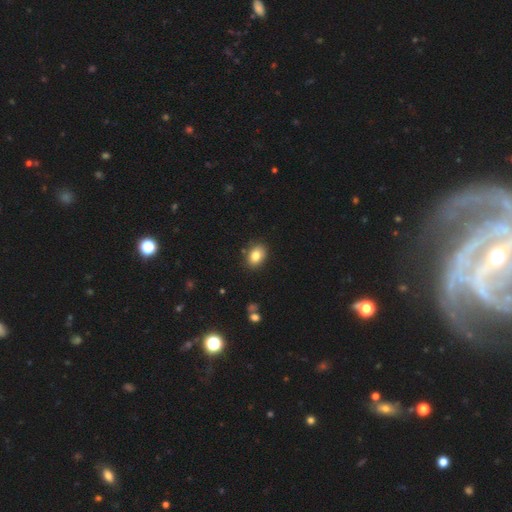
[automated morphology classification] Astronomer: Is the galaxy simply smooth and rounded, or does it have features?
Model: smooth — 82%.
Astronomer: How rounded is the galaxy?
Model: in between — 72%.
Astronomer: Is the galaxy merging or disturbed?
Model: none — 85%.